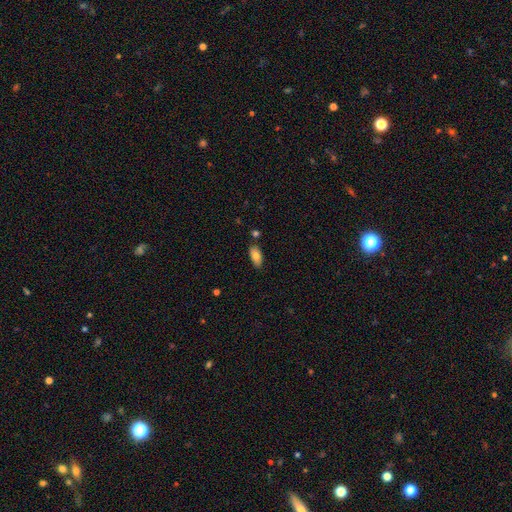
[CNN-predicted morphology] Smooth or featured? smooth (80%)
How rounded? in between (91%)
Merging? none (82%)